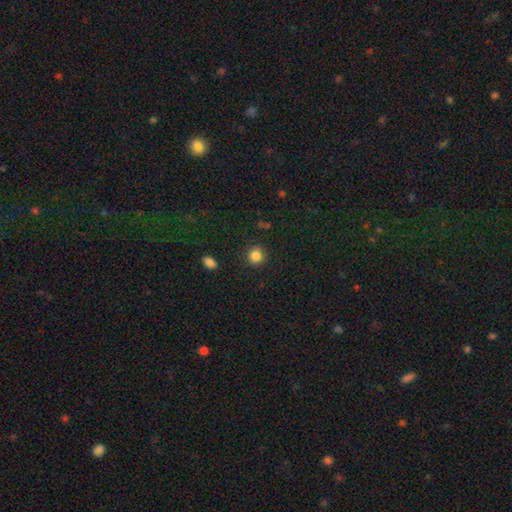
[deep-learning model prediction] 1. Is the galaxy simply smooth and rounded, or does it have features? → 85% smooth, 11% star or artifact, 4% featured or disk.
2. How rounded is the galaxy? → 89% round, 10% in between, 1% cigar-shaped.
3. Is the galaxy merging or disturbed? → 90% none, 7% minor disturbance, 2% major disturbance, 1% merger.